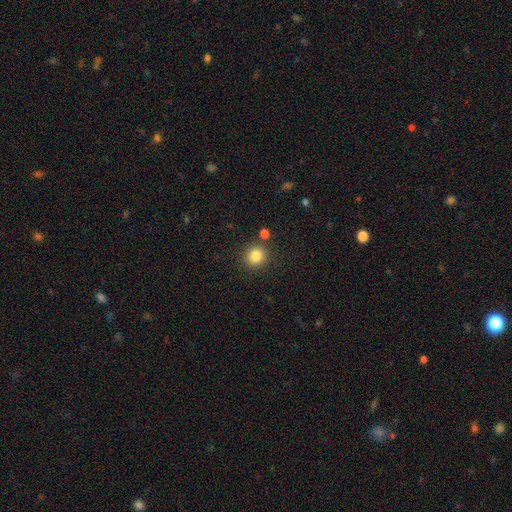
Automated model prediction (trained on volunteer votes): This appears to be a smooth galaxy with no disk features (84%) that is round (90%). Merging: none (83%).